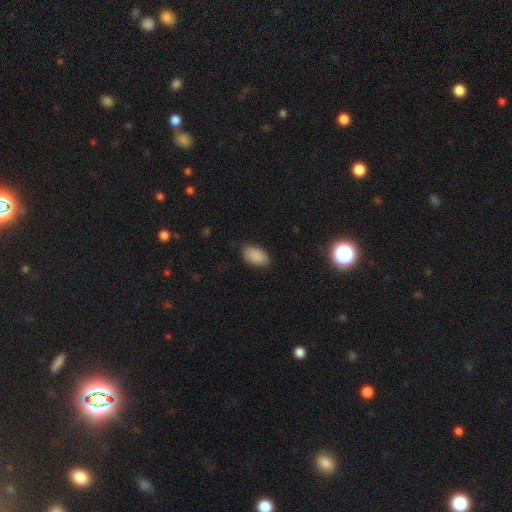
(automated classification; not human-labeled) A smooth galaxy with no disk features (89%) that is in between round and cigar-shaped (93%).

Vote fractions:
- Smooth or featured? smooth: 89% / star or artifact: 7% / featured or disk: 3%
- How rounded? in between: 93% / round: 5% / cigar-shaped: 2%
- Merging? none: 83% / minor disturbance: 14% / major disturbance: 3% / merger: 1%